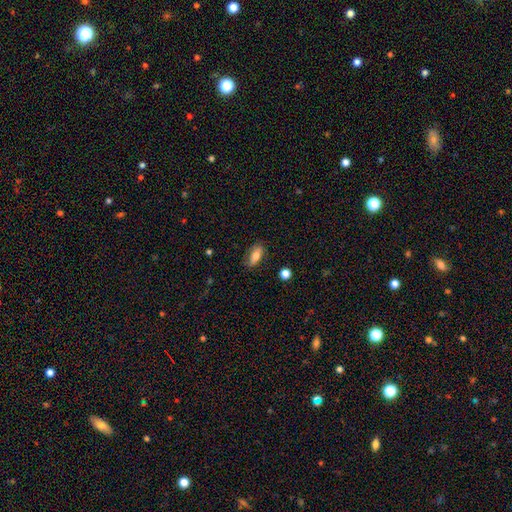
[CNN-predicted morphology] A smooth galaxy with no disk features (70%) that is in between round and cigar-shaped (80%).

Vote fractions:
- Smooth or featured? smooth: 70% / featured or disk: 23% / star or artifact: 7%
- How rounded? in between: 80% / cigar-shaped: 16% / round: 4%
- Merging? none: 81% / minor disturbance: 14% / major disturbance: 3% / merger: 1%